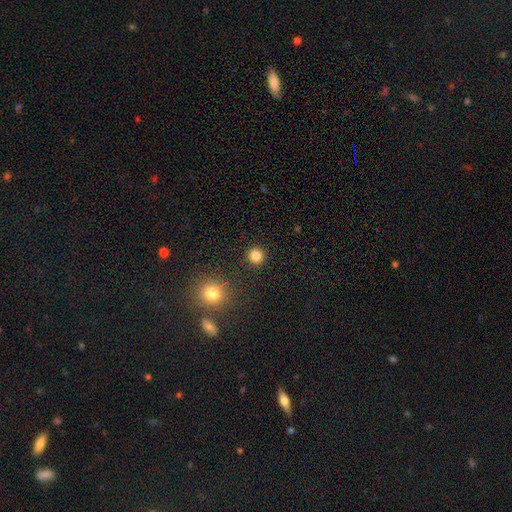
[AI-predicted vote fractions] smooth 83%, star or artifact 13%, featured or disk 4%. Down the decision tree: how rounded — round (95%); merging — none (92%).